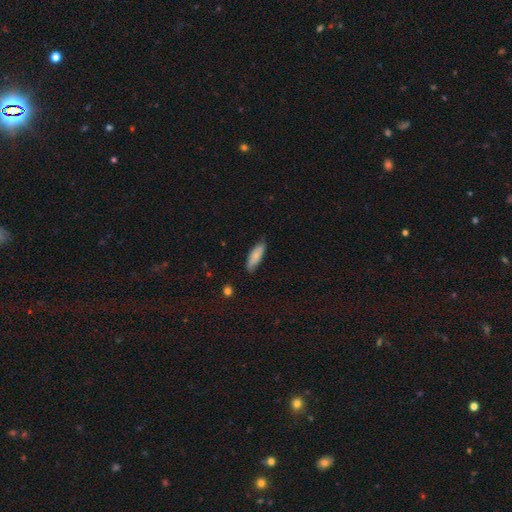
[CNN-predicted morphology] The model was most divided on "how rounded": in between: 57%, cigar-shaped: 41%, round: 2%. More confident: smooth or featured — smooth (76%); merging — none (74%).